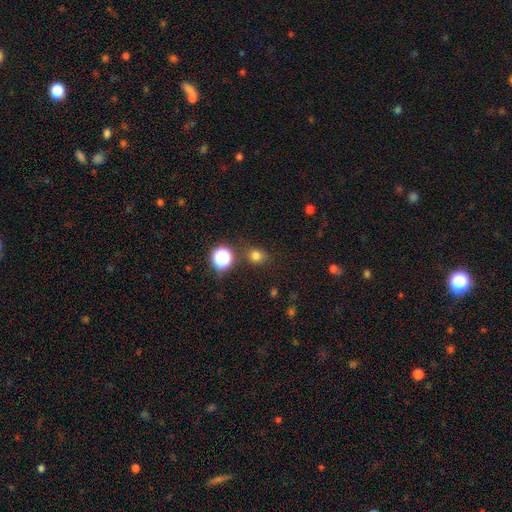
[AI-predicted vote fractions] smooth_or_featured: smooth (p=0.75) [alt: star or artifact p=0.19]
how_rounded: round (p=0.68) [alt: in between p=0.31]
merging: none (p=0.77) [alt: minor disturbance p=0.13]